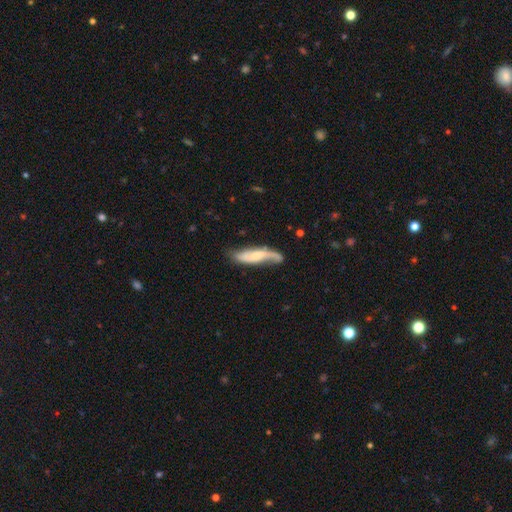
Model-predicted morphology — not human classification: Overall: featured or disk (65%; smooth 29%). Edge-on disk: no (77%). Bar: no (53%; weak 34%). Spiral arms: yes (91%). Bulge size: small (45%; moderate 37%). Merging: none (56%; minor disturbance 28%).